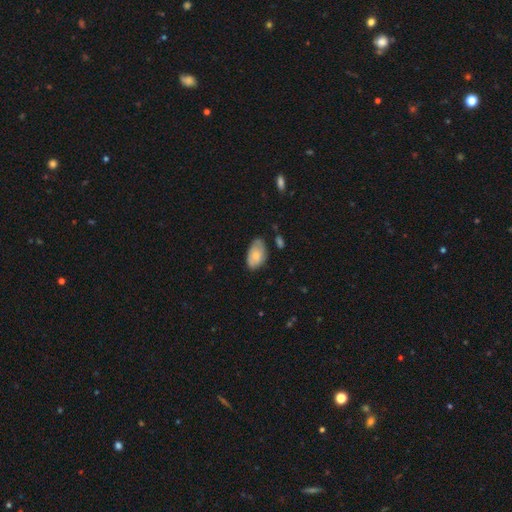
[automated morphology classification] Smooth or featured: smooth — 71% (featured or disk — 22%)
How rounded: in between — 92% (round — 6%)
Merging: none — 60% (minor disturbance — 31%)